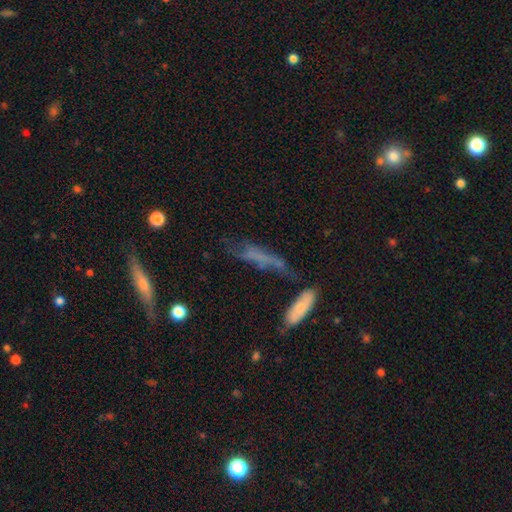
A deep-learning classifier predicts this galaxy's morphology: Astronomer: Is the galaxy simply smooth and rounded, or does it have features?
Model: featured or disk — 42%, tied with smooth at 42%.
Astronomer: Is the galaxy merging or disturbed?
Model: none — 45% (runner-up: minor disturbance, 23%).